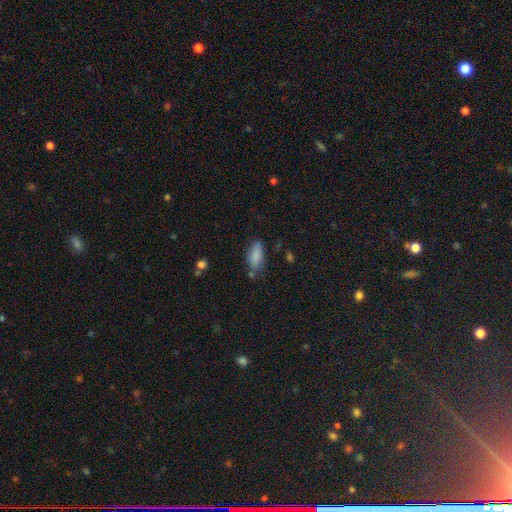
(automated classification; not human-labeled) Smooth or featured? Predicted: smooth (p=0.85). How rounded? Predicted: in between (p=0.78). Merging? Predicted: none (p=0.69).